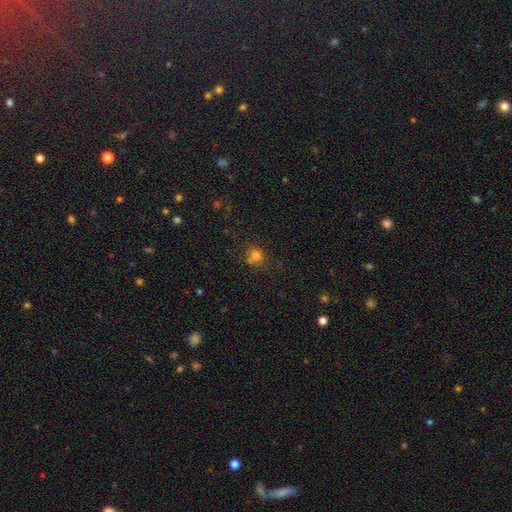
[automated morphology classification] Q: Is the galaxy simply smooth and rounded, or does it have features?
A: smooth — 74%.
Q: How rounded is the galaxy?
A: round — 76%.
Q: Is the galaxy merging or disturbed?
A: none — 59%.